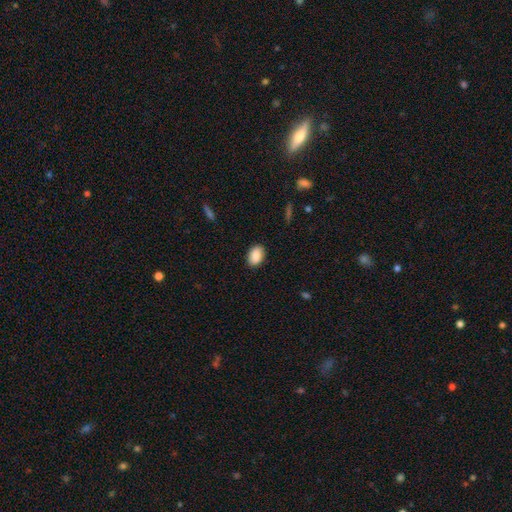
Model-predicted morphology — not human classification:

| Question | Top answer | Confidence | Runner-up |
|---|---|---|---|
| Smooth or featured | smooth | 88% | star or artifact (7%) |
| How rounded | in between | 84% | round (15%) |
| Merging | none | 88% | minor disturbance (9%) |